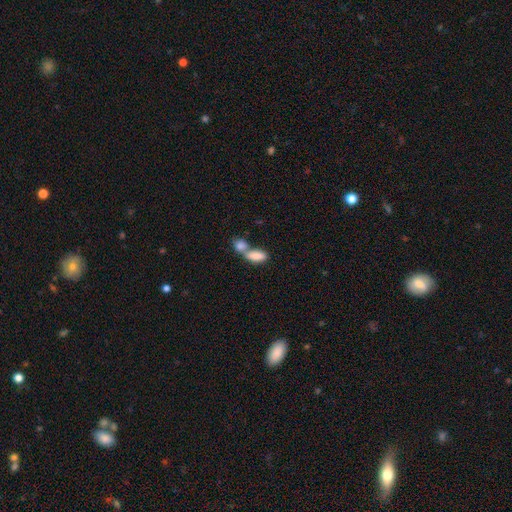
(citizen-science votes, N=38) Smooth or featured? smooth (97%)
How rounded? in between (95%)
Merging? merger (53%)